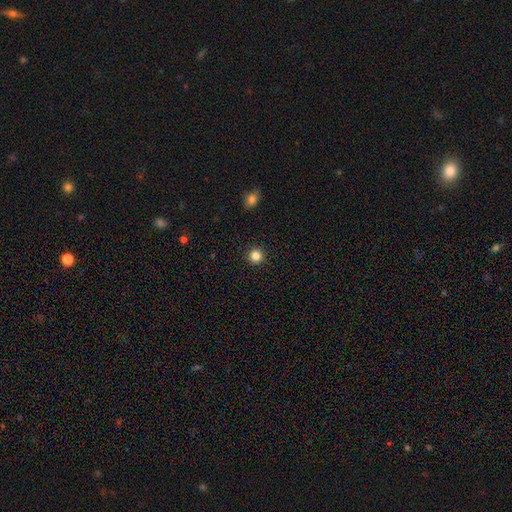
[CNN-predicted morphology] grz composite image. It shows a smooth galaxy with no disk features (84%) that is round (95%). Merging: none (93%).